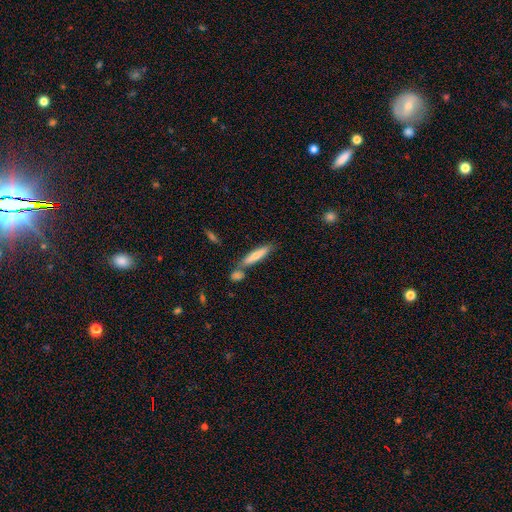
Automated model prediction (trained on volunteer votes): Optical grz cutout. It shows a smooth galaxy with no disk features (74%) that is cigar-shaped (85%). Merging: none (64%).